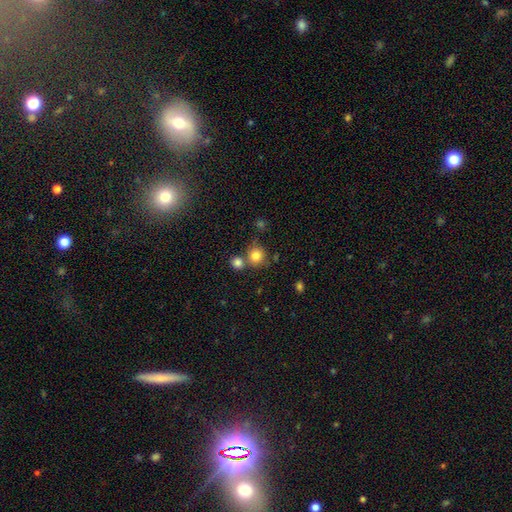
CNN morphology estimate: smooth-or-featured: smooth: 82% | star or artifact: 11% | featured or disk: 7%
  how-rounded: round: 88% | in between: 11% | cigar-shaped: 1%
  merging: none: 63% | merger: 24% | minor disturbance: 10% | major disturbance: 3%